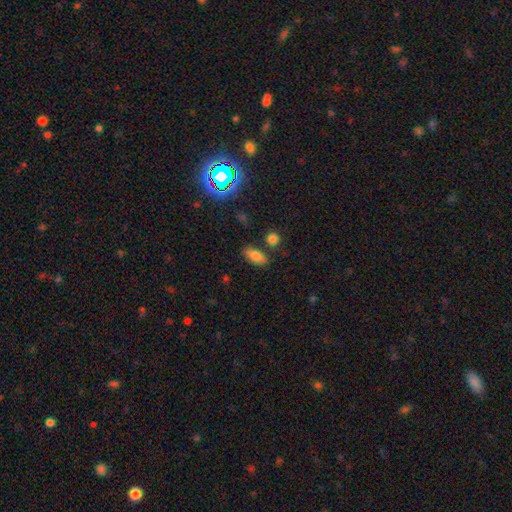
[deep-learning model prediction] smooth_or_featured: smooth (p=0.80) [alt: star or artifact p=0.10]
how_rounded: in between (p=0.82) [alt: cigar-shaped p=0.14]
merging: none (p=0.77) [alt: minor disturbance p=0.14]